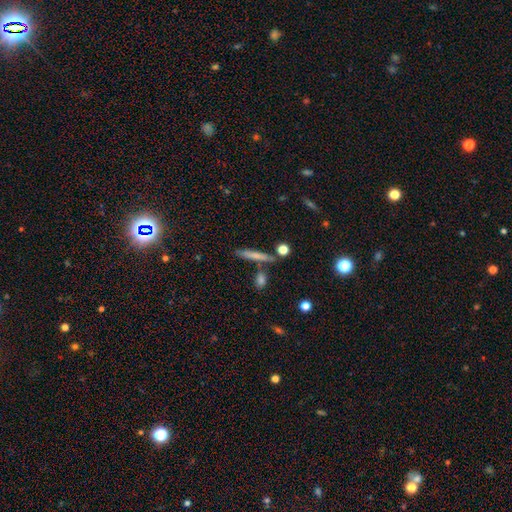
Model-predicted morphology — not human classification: Smooth or featured?
  - smooth: 66% *
  - featured or disk: 26%
  - star or artifact: 8%
How rounded?
  - cigar-shaped: 89% *
  - in between: 8%
  - round: 3%
Merging?
  - none: 75% *
  - minor disturbance: 11%
  - merger: 10%
  - major disturbance: 3%